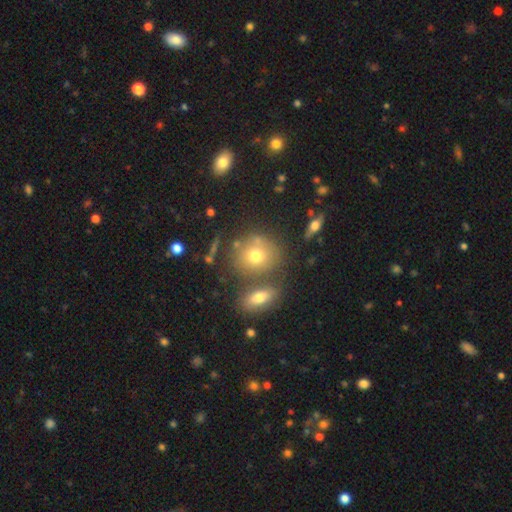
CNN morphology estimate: Smooth or featured: smooth — 71% (featured or disk — 17%)
How rounded: round — 78% (in between — 21%)
Merging: none — 65% (merger — 18%)